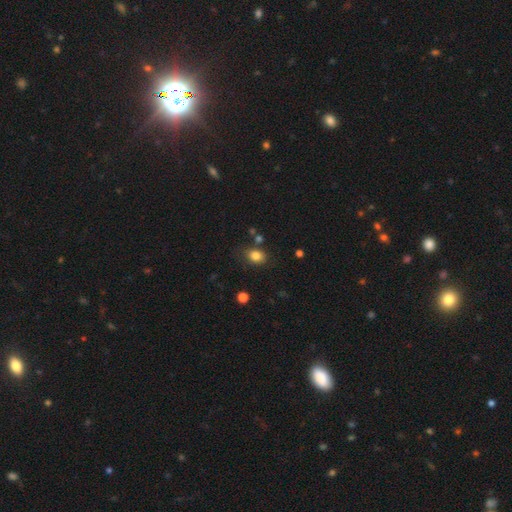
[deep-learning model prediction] smooth_or_featured: smooth (p=0.82) [alt: star or artifact p=0.11]
how_rounded: in between (p=0.57) [alt: round p=0.42]
merging: none (p=0.76) [alt: minor disturbance p=0.15]